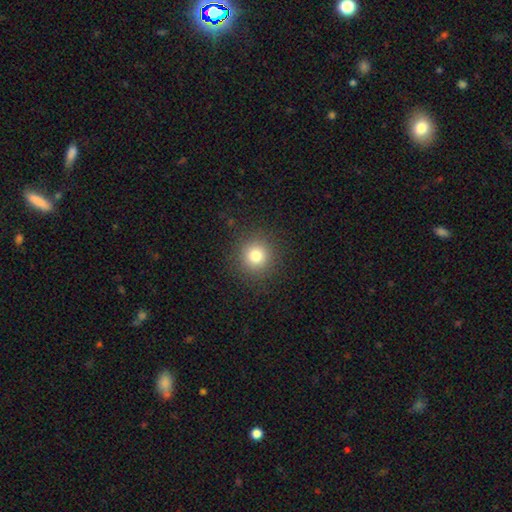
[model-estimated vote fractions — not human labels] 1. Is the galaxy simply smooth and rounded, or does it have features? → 80% smooth, 13% star or artifact, 7% featured or disk.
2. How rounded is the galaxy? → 93% round, 6% in between, 1% cigar-shaped.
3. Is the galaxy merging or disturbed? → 90% none, 6% minor disturbance, 3% major disturbance, 1% merger.